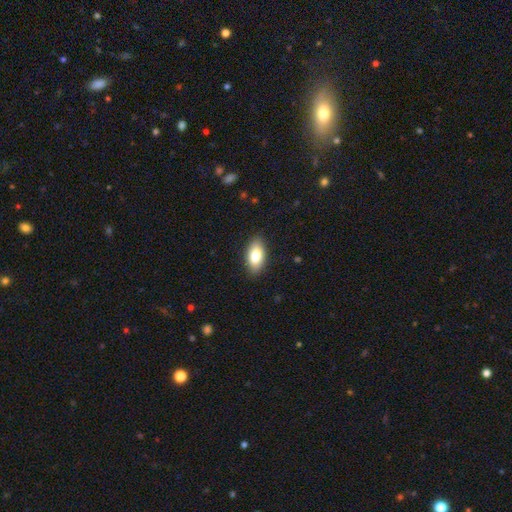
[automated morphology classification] A smooth galaxy with no disk features (82%) that is in between round and cigar-shaped (91%). Merging: none (88%).